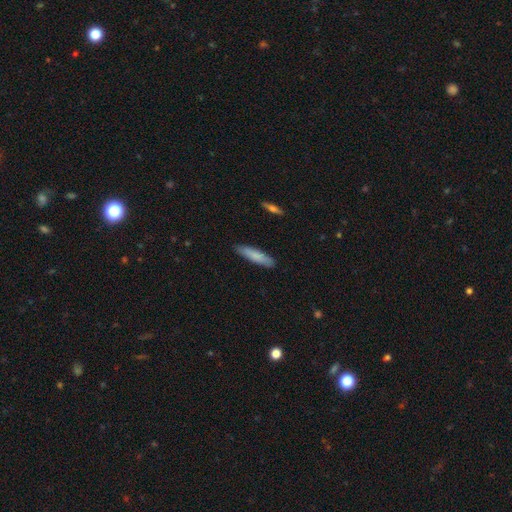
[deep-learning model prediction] smooth-or-featured: smooth: 80% | featured or disk: 14% | star or artifact: 5%
  how-rounded: cigar-shaped: 78% | in between: 20% | round: 1%
  merging: none: 86% | minor disturbance: 11% | major disturbance: 2% | merger: 1%